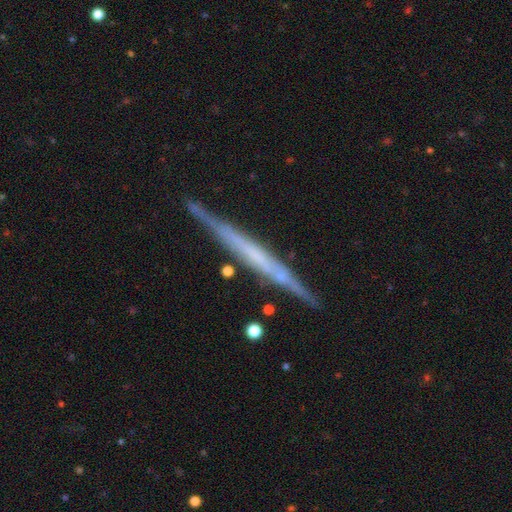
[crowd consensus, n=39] Smooth or featured? 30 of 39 (77%) said featured or disk. Edge-on disk? 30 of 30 (100%) said yes. Edge-on bulge? 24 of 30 (80%) said none. Merging? 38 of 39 (97%) said none.